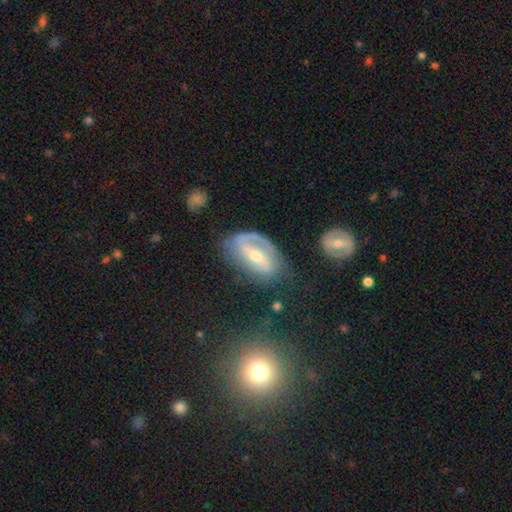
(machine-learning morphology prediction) This appears to be a featured or disk galaxy (79%) with a strong bar (43%), 2 (60%) medium (43%) spiral arms (87%) and a moderate central bulge (51%). Merging: none (60%).